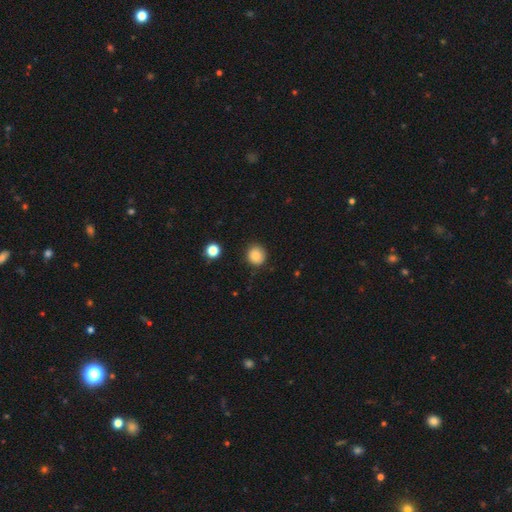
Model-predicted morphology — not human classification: Overall: smooth (85%). How rounded: round (86%). Merging: none (87%).